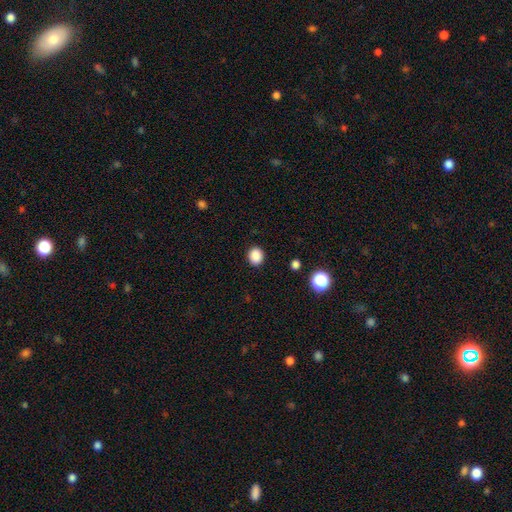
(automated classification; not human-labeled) A smooth galaxy with no disk features (88%) that is round (73%). Merging: none (91%).